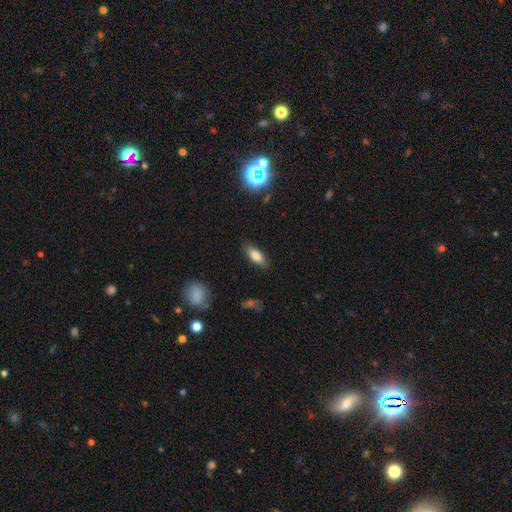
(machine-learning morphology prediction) Smooth or featured? Predicted: smooth (p=0.78). How rounded? Predicted: in between (p=0.70). Merging? Predicted: none (p=0.85).